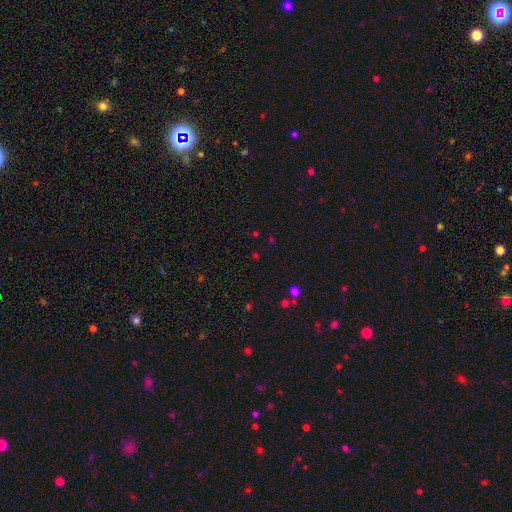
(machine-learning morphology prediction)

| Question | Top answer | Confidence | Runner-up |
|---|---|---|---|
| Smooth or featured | star or artifact | 54% | smooth (38%) |